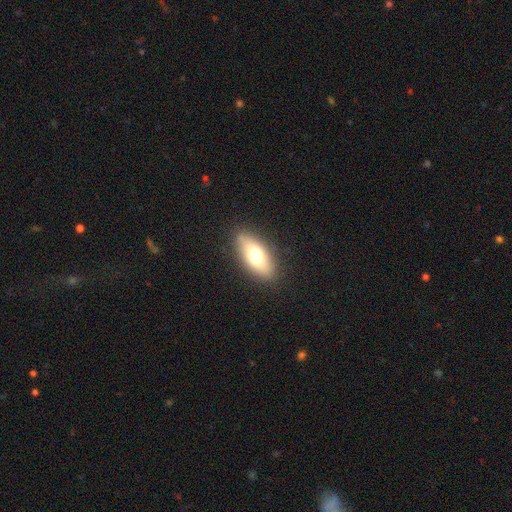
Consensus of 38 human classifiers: Q: Smooth or featured?
A: smooth (47%); tied with: featured or disk (47%)
Q: How rounded?
A: in between (94%); runner-up: cigar-shaped (6%)
Q: Merging?
A: none (86%); runner-up: minor disturbance (8%)